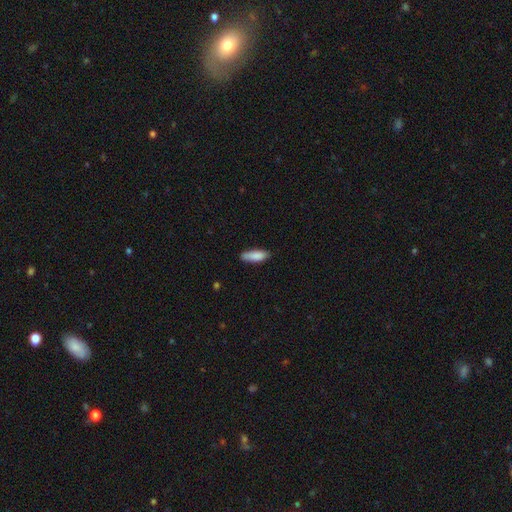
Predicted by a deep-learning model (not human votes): smooth 87%, featured or disk 7%, star or artifact 6%. Down the decision tree: how rounded — in between (57%); merging — none (78%).